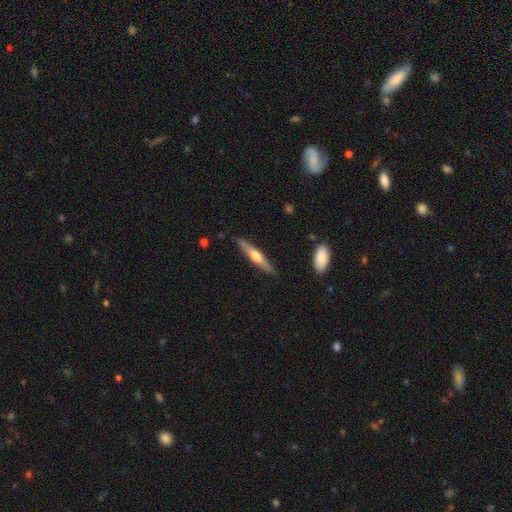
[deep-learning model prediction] Smooth or featured? Predicted: featured or disk (p=0.58). Edge-on disk? Predicted: yes (p=0.95). Edge-on bulge? Predicted: rounded (p=0.90). Merging? Predicted: none (p=0.87).